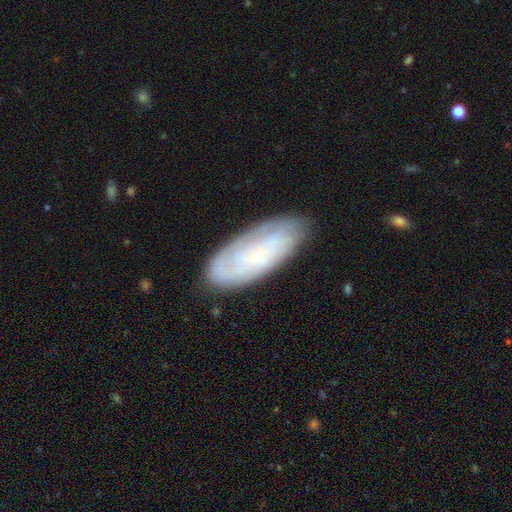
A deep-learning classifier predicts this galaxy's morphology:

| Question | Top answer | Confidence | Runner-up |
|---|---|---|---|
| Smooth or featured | featured or disk | 59% | smooth (33%) |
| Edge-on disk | no | 89% | yes (11%) |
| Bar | no | 77% | weak (19%) |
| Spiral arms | yes | 83% | no (17%) |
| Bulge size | small | 82% | moderate (10%) |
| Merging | none | 78% | minor disturbance (16%) |